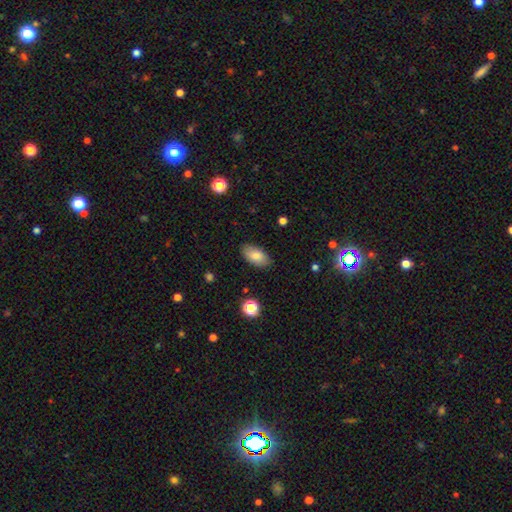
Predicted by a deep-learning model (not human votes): Smooth or featured? Predicted: smooth (p=0.81). How rounded? Predicted: in between (p=0.94). Merging? Predicted: none (p=0.86).